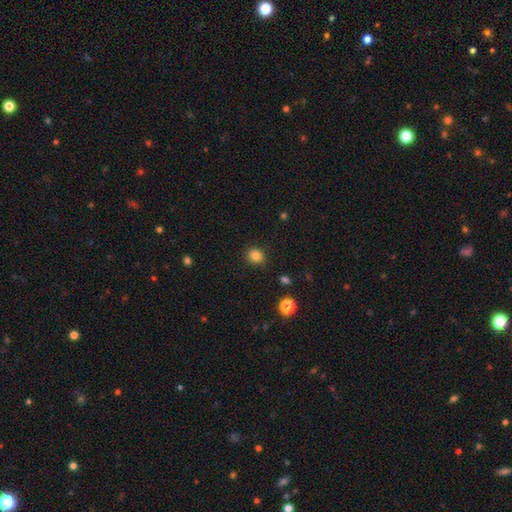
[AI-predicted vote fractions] Smooth or featured? Predicted: smooth (p=0.83). How rounded? Predicted: round (p=0.80). Merging? Predicted: none (p=0.84).